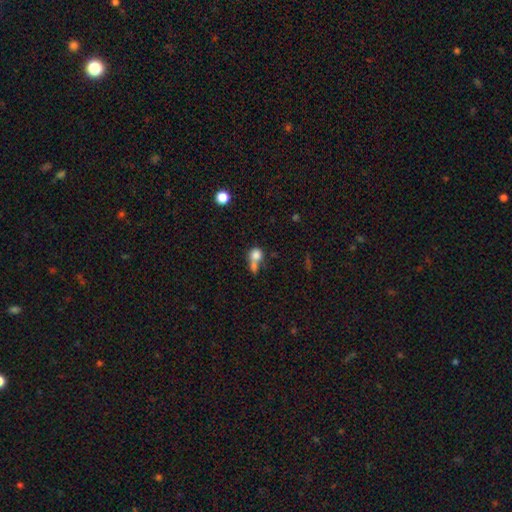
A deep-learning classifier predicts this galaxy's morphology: This appears to be a smooth galaxy with no disk features (78%) that is round (76%). Merging: merger (53%).